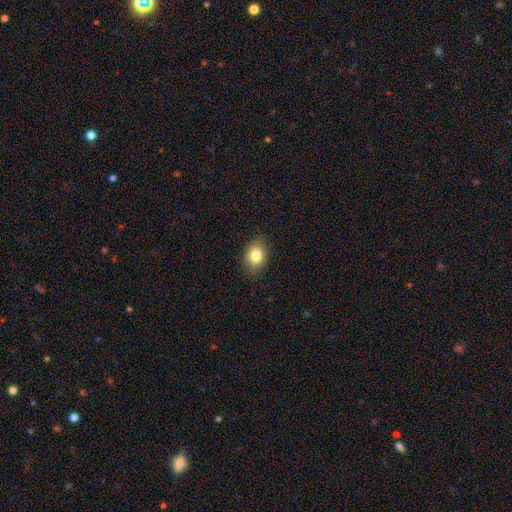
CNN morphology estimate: This appears to be a smooth galaxy with no disk features (81%) that is in between round and cigar-shaped (72%). Merging: none (84%).